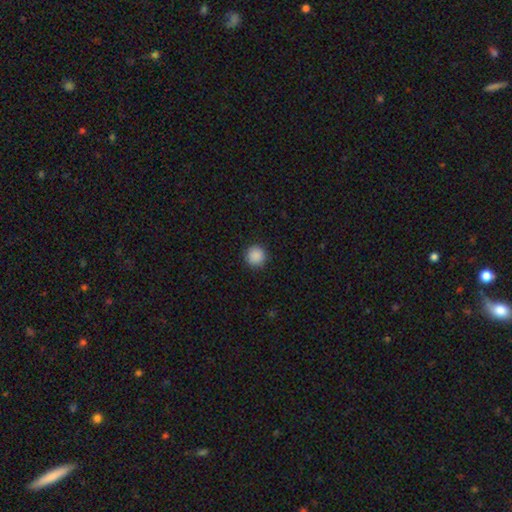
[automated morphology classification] Smooth or featured? smooth (89%)
How rounded? round (95%)
Merging? none (92%)